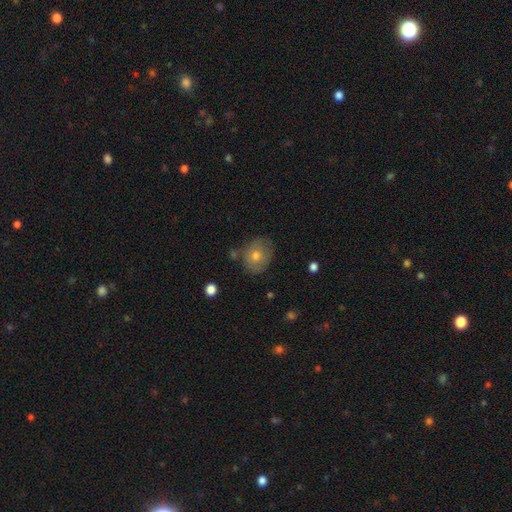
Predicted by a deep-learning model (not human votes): Morphology: type=smooth (67%); roundness=round (64%); merging=none (74%).